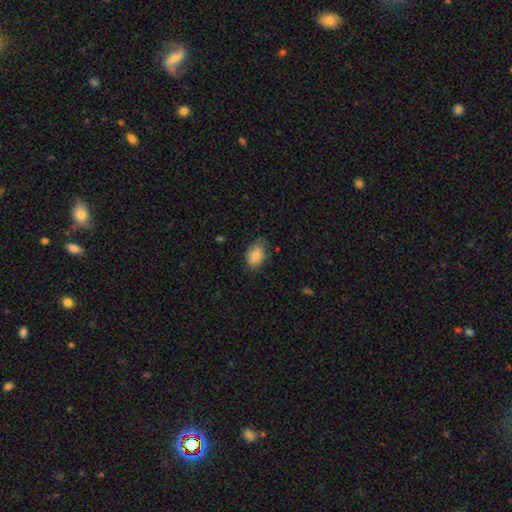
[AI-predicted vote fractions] Q: Smooth or featured?
A: smooth (85%); runner-up: featured or disk (8%)
Q: How rounded?
A: in between (88%); runner-up: round (10%)
Q: Merging?
A: none (69%); runner-up: minor disturbance (24%)